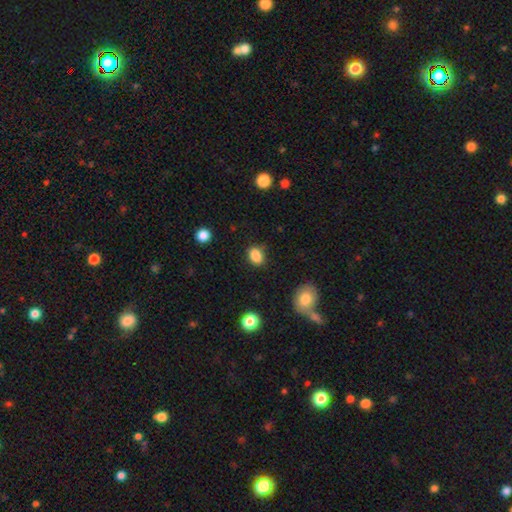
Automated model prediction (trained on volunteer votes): Smooth or featured: smooth — 86% (star or artifact — 10%)
How rounded: in between — 63% (round — 35%)
Merging: none — 76% (minor disturbance — 17%)